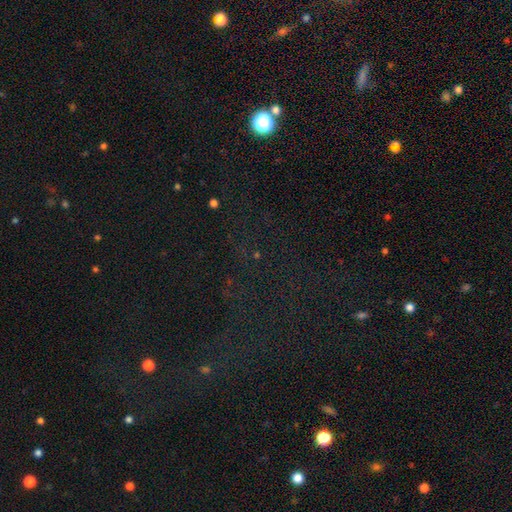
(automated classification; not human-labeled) Smooth or featured? Predicted: star or artifact (p=0.72).